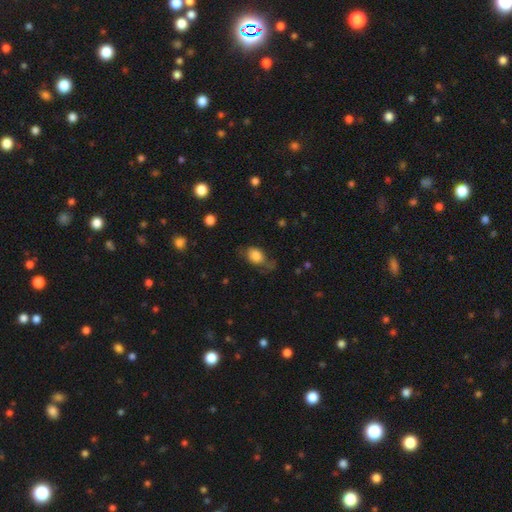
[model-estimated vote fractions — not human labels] Morphology: type=smooth (76%); roundness=in between (73%); merging=none (51%).